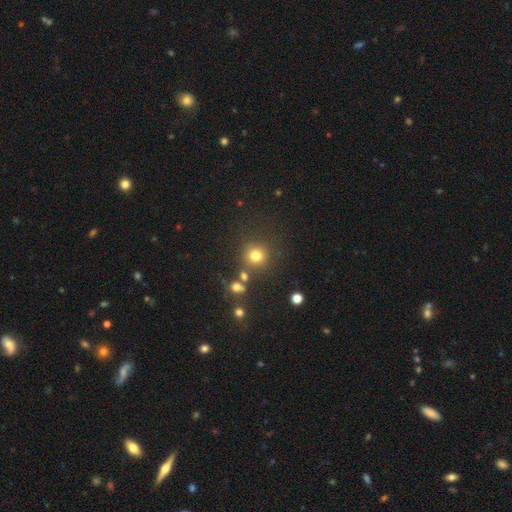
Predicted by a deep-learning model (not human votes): The model was most divided on "smooth or featured": smooth: 76%, star or artifact: 17%, featured or disk: 7%. More confident: how rounded — round (92%); merging — none (78%).